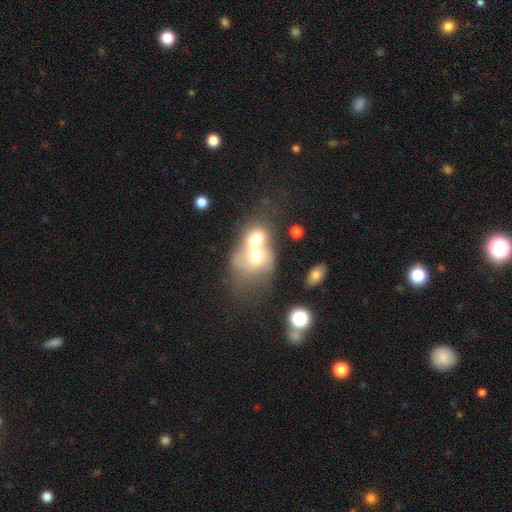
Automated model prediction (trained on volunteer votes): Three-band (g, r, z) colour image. It shows a smooth galaxy with no disk features (59%) that is round (54%). Merging: merger (76%).